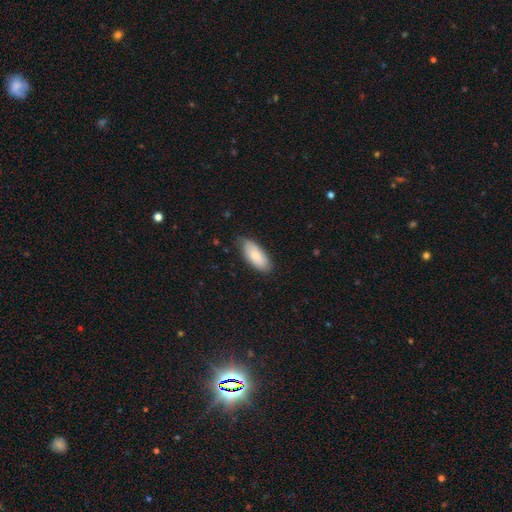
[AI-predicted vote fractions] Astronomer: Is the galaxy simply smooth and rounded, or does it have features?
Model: smooth — 82%.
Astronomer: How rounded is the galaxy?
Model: in between — 85%.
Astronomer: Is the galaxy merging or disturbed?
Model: none — 78%.